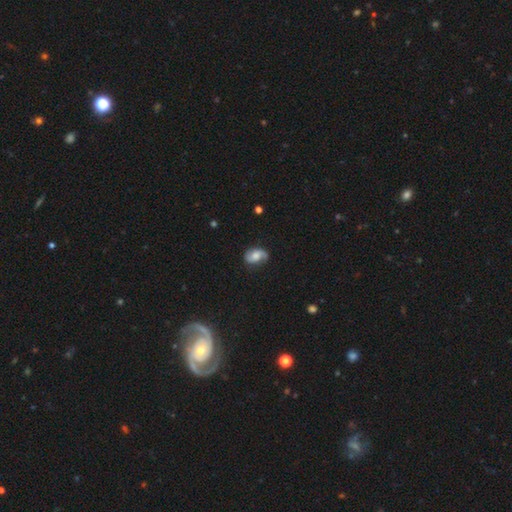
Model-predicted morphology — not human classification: type=featured or disk (62%); edge-on=no (97%); bar=no (61%); spiral arms=yes (92%); winding=loose (41%); arm count=2 (89%); bulge=moderate (53%); merging=none (76%).